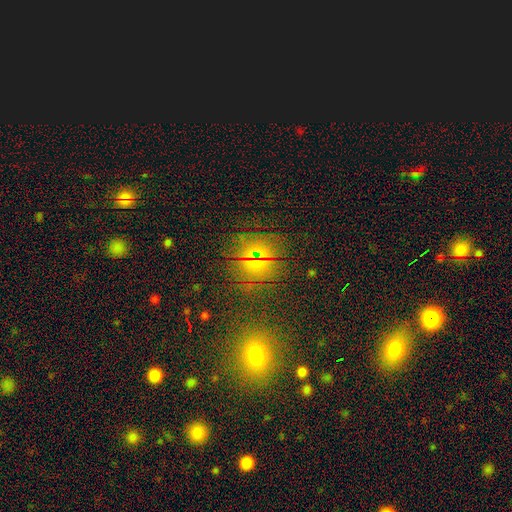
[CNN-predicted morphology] star or artifact 47%, smooth 42%, featured or disk 12%.